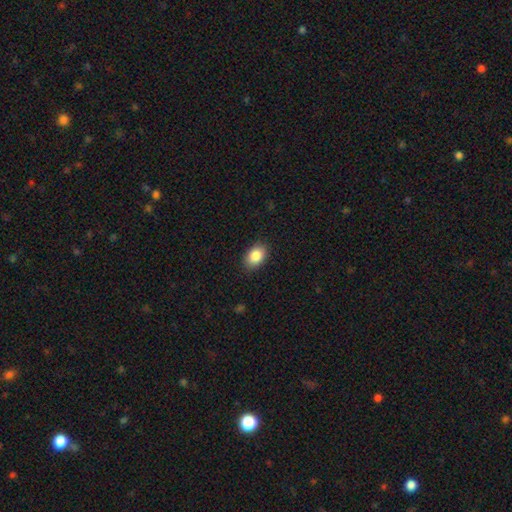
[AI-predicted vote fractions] A smooth galaxy with no disk features (86%) that is in between round and cigar-shaped (82%).

Vote fractions:
- Smooth or featured? smooth: 86% / star or artifact: 8% / featured or disk: 6%
- How rounded? in between: 82% / round: 17% / cigar-shaped: 1%
- Merging? none: 88% / minor disturbance: 9% / major disturbance: 2% / merger: 1%